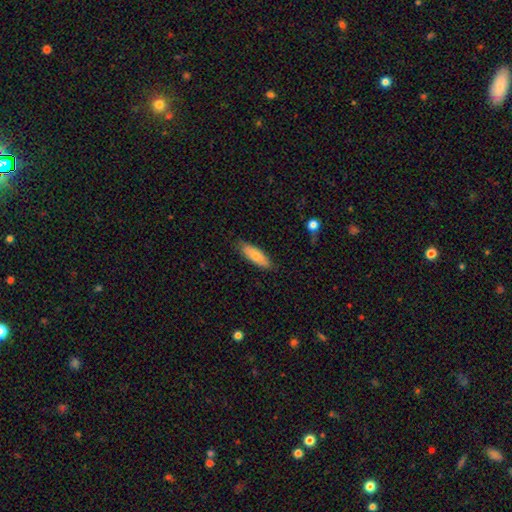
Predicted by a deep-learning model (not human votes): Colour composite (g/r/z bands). It shows a smooth galaxy with no disk features (78%) that is in between round and cigar-shaped (56%). Merging: none (83%).